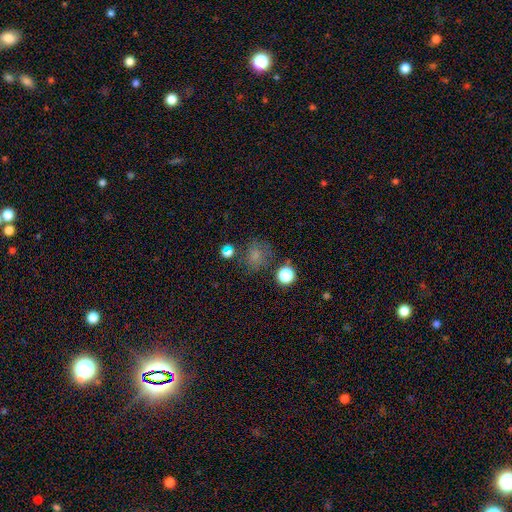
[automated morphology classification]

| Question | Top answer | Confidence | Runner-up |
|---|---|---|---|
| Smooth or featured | smooth | 73% | star or artifact (19%) |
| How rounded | round | 75% | in between (24%) |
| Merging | none | 69% | minor disturbance (16%) |